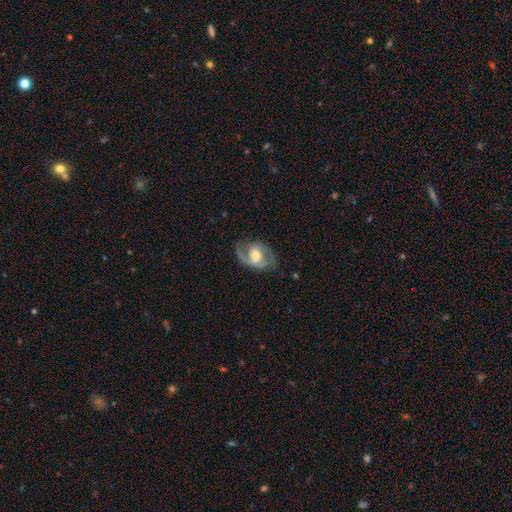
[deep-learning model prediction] smooth_or_featured: featured or disk (p=0.82) [alt: smooth p=0.13]
disk_edge_on: no (p=0.96) [alt: yes p=0.04]
bar: weak (p=0.44) [alt: no p=0.37]
has_spiral_arms: yes (p=0.92) [alt: no p=0.08]
spiral_winding: medium (p=0.52) [alt: loose p=0.26]
spiral_arm_count: 2 (p=0.81) [alt: 1 p=0.10]
bulge_size: moderate (p=0.62) [alt: small p=0.24]
merging: none (p=0.69) [alt: minor disturbance p=0.18]